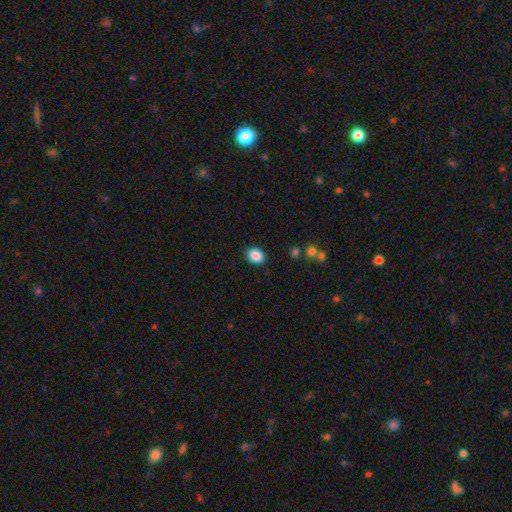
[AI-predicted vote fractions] smooth-or-featured: smooth: 88% | star or artifact: 9% | featured or disk: 4%
  how-rounded: in between: 65% | round: 34% | cigar-shaped: 1%
  merging: none: 89% | minor disturbance: 8% | major disturbance: 2% | merger: 1%